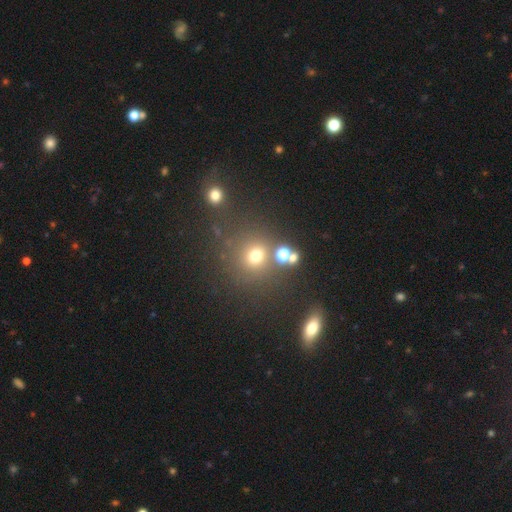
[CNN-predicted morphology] A smooth galaxy with no disk features (68%) that is round (88%). Merging: none (74%).